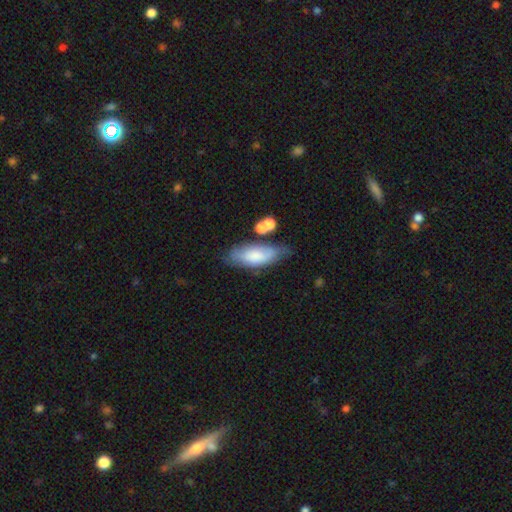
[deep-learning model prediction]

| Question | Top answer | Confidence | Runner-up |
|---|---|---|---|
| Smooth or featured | smooth | 68% | featured or disk (25%) |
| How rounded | in between | 75% | cigar-shaped (22%) |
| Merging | none | 57% | minor disturbance (25%) |